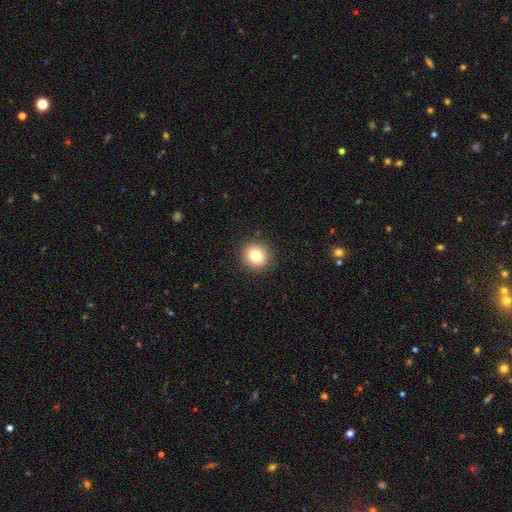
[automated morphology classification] This appears to be a smooth galaxy with no disk features (80%) that is round (90%). Merging: none (91%).